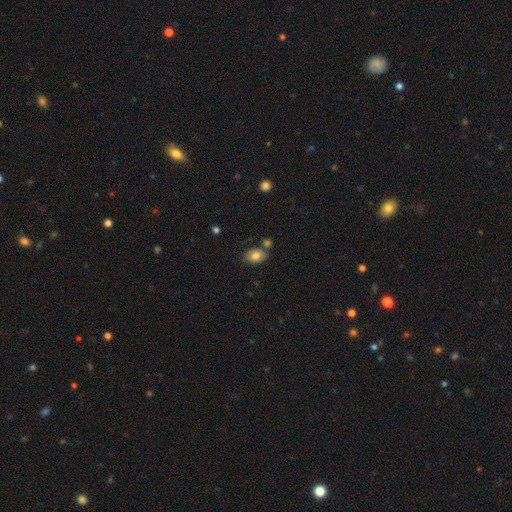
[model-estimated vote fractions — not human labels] Smooth or featured: smooth — 80% (featured or disk — 11%)
How rounded: in between — 77% (round — 22%)
Merging: none — 72% (minor disturbance — 13%)